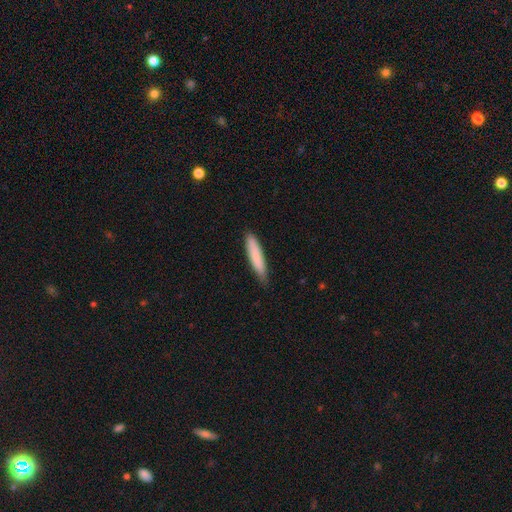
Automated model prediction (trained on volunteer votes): This appears to be a smooth galaxy with no disk features (81%) that is cigar-shaped (86%). Merging: none (81%).